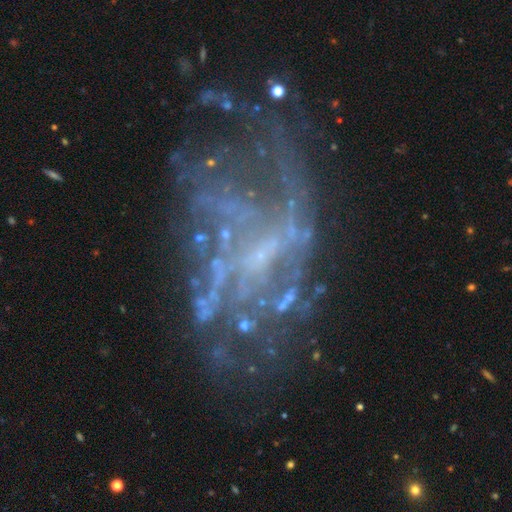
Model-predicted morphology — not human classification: featured or disk 77%, star or artifact 15%, smooth 9%. Down the decision tree: edge-on disk — no (97%); bar — no (61%); spiral arms — yes (51%); bulge size — none (50%); merging — none (39%).